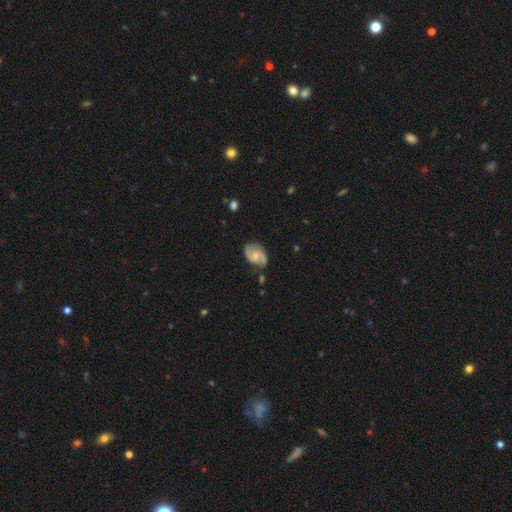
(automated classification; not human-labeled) The model was most divided on "bar": no: 51%, weak: 42%, strong: 7%. Remaining: edge-on disk — no (98%); spiral arms — yes (94%); spiral arm count — 2 (87%); smooth or featured — featured or disk (76%); merging — none (65%); spiral winding — medium (49%); bulge size — small (44%).